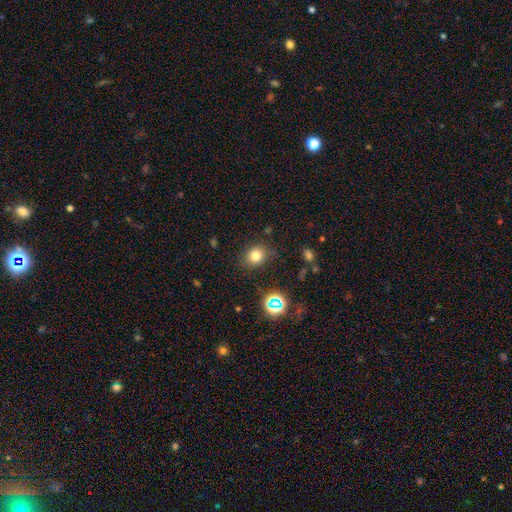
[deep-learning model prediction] A smooth galaxy with no disk features (76%) that is round (68%).

Vote fractions:
- Smooth or featured? smooth: 76% / star or artifact: 16% / featured or disk: 7%
- How rounded? round: 68% / in between: 31% / cigar-shaped: 1%
- Merging? none: 83% / minor disturbance: 11% / major disturbance: 4% / merger: 2%